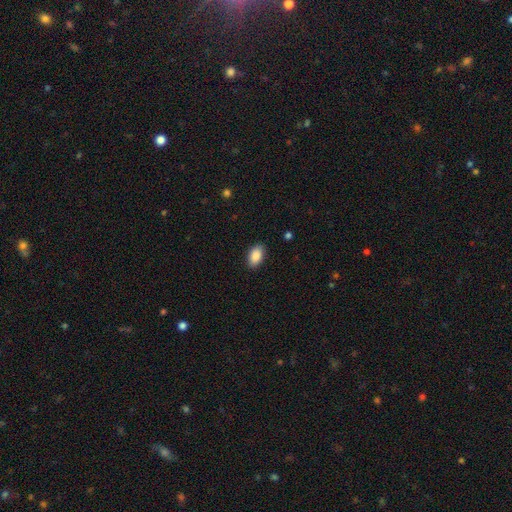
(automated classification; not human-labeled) smooth_or_featured: smooth (p=0.89) [alt: star or artifact p=0.07]
how_rounded: in between (p=0.93) [alt: round p=0.05]
merging: none (p=0.88) [alt: minor disturbance p=0.09]